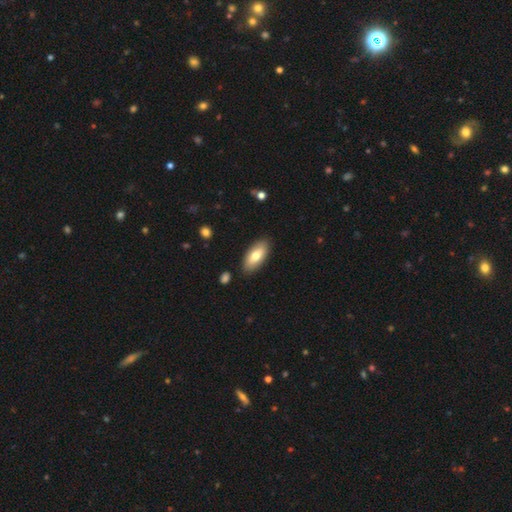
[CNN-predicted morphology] This is likely a smooth galaxy (74%). How rounded: clearly in between (88%). Merging: clearly none (86%).